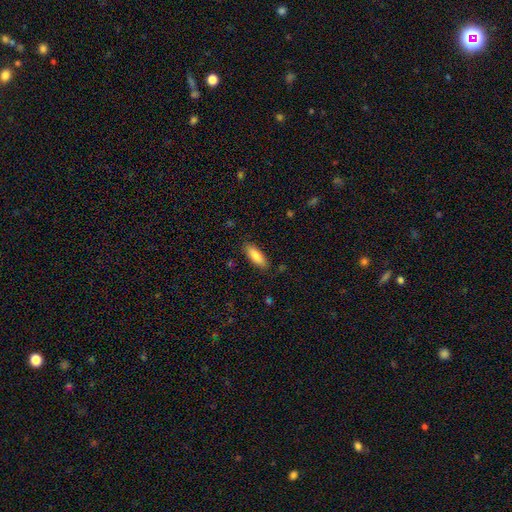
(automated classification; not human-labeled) Smooth or featured? Predicted: smooth (p=0.86). How rounded? Predicted: in between (p=0.65). Merging? Predicted: none (p=0.85).